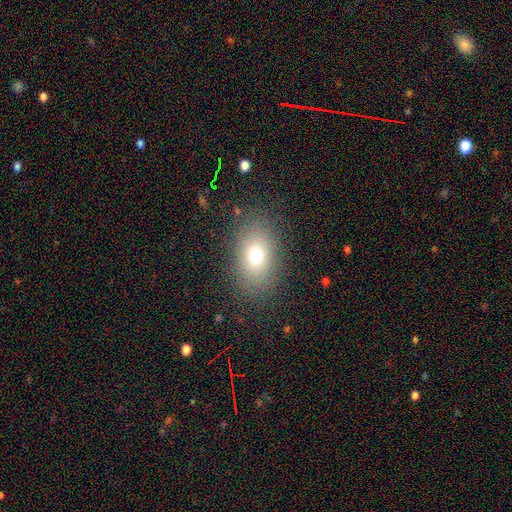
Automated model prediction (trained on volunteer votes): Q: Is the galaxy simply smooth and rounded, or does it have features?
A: smooth — 72%.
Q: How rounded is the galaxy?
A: in between — 82%.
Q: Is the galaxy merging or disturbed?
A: none — 84%.